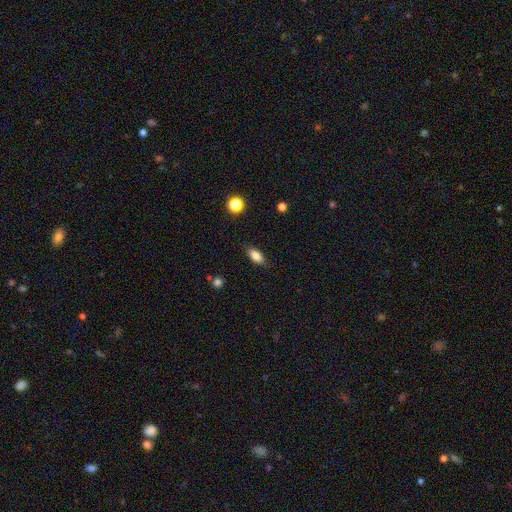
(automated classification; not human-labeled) Smooth or featured? Predicted: smooth (p=0.84). How rounded? Predicted: in between (p=0.86). Merging? Predicted: none (p=0.84).